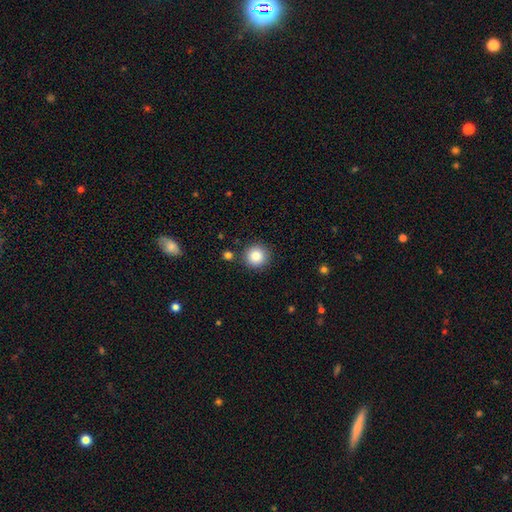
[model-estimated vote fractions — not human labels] smooth 84%, star or artifact 10%, featured or disk 6%. Down the decision tree: how rounded — round (94%); merging — none (87%).